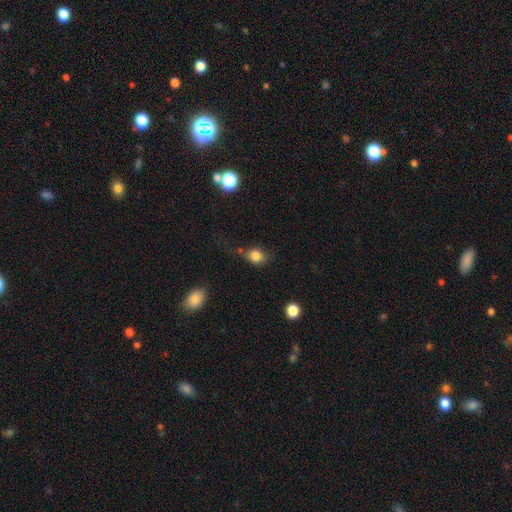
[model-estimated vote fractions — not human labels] smooth 81%, star or artifact 11%, featured or disk 8%. Down the decision tree: how rounded — round (54%); merging — none (51%).